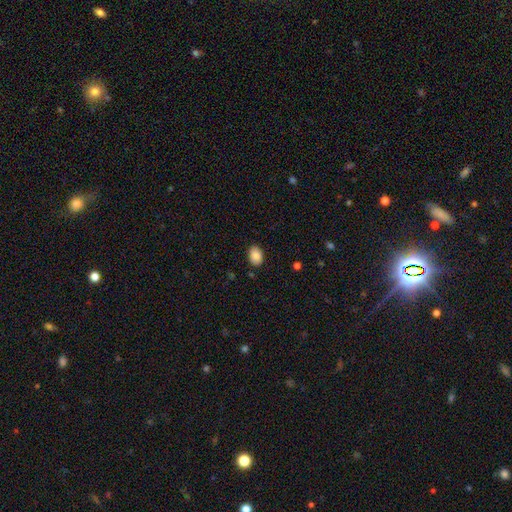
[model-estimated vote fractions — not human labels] The model was most divided on "how rounded": in between: 81%, round: 18%, cigar-shaped: 1%. More confident: smooth or featured — smooth (88%); merging — none (87%).